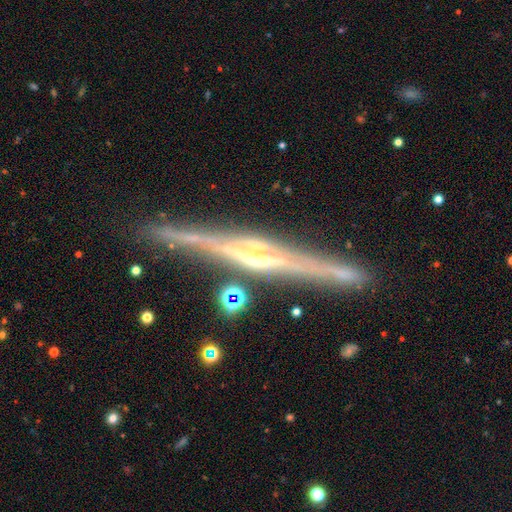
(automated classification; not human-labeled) This appears to be a featured or disk galaxy (88%) viewed edge-on (98%) with a rounded central bulge (65%). Merging: none (87%).